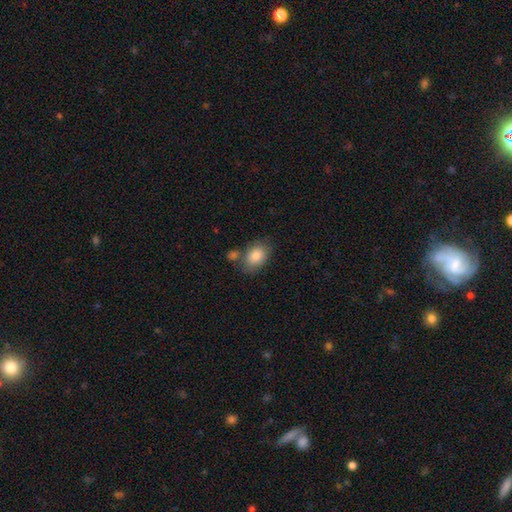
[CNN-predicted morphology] Overall: smooth (83%). How rounded: in between (78%). Merging: none (65%).